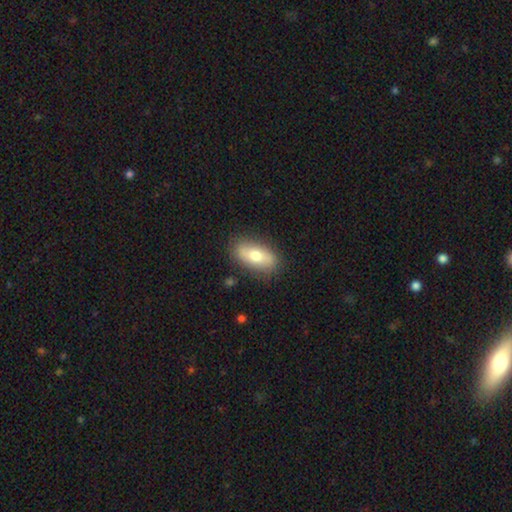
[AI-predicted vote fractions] The model was most divided on "smooth or featured": smooth: 65%, featured or disk: 29%, star or artifact: 6%. More confident: how rounded — in between (88%); merging — none (84%).